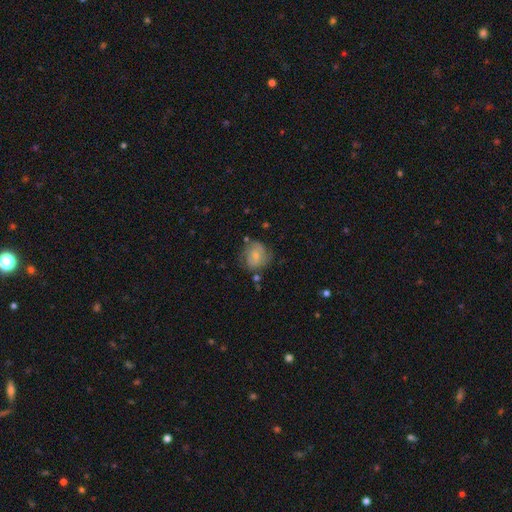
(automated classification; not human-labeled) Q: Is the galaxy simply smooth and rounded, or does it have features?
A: featured or disk — 54%.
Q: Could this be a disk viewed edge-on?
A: no — 97%.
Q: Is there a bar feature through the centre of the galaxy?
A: no — 65%.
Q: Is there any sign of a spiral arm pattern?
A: yes — 78%.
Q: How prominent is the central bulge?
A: small — 61%.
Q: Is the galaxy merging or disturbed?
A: none — 57%.